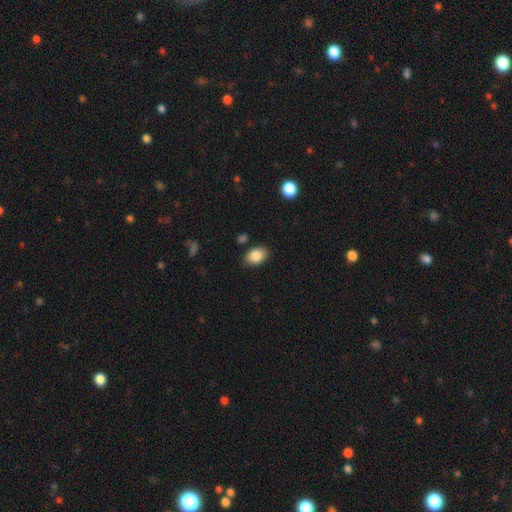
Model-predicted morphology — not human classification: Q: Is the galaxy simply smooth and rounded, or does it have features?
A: smooth — 86%.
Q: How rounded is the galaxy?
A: in between — 85%.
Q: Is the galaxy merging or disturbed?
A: none — 85%.